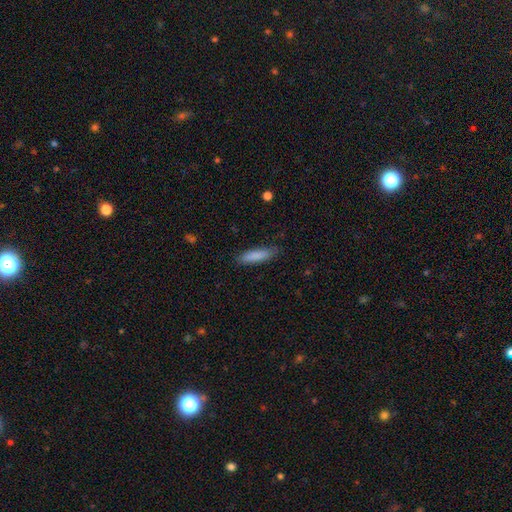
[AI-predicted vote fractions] smooth_or_featured: smooth (p=0.85) [alt: featured or disk p=0.09]
how_rounded: cigar-shaped (p=0.68) [alt: in between p=0.31]
merging: none (p=0.82) [alt: minor disturbance p=0.14]